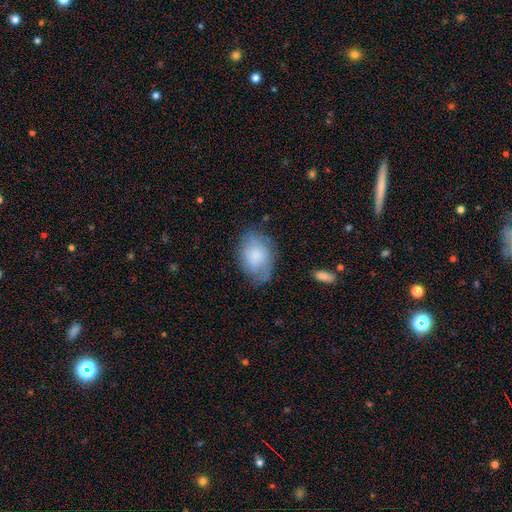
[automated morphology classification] type=smooth (71%); roundness=in between (86%); merging=none (66%).